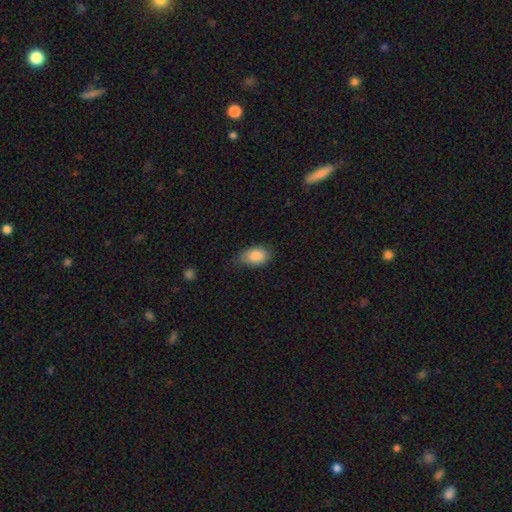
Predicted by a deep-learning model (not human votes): The model was most divided on "merging": none: 63%, minor disturbance: 30%, major disturbance: 6%, merger: 1%. More confident: how rounded — in between (87%); smooth or featured — smooth (87%).